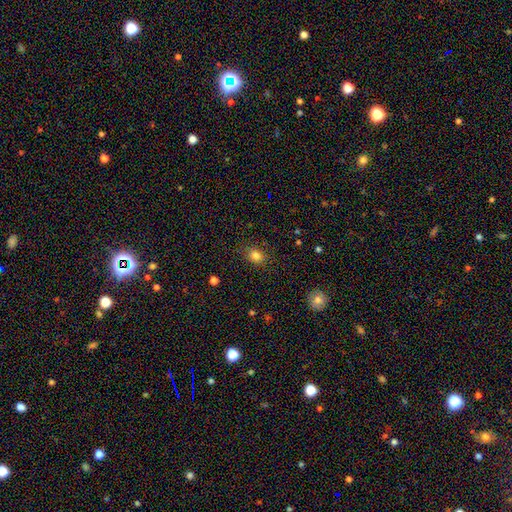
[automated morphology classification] smooth-or-featured: smooth: 82% | star or artifact: 12% | featured or disk: 6%
  how-rounded: round: 55% | in between: 44% | cigar-shaped: 1%
  merging: none: 85% | minor disturbance: 11% | major disturbance: 3% | merger: 1%